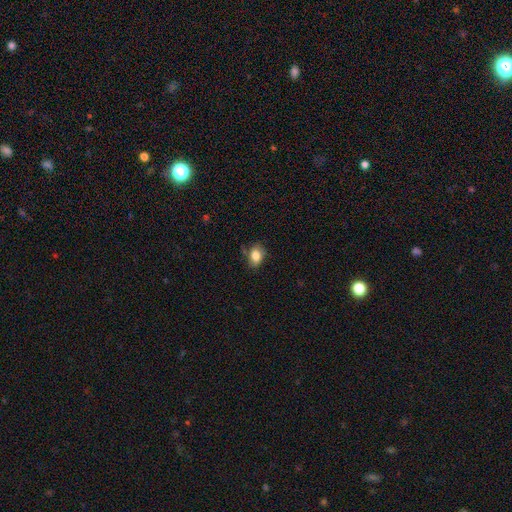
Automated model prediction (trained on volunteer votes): A smooth galaxy with no disk features (84%) that is in between round and cigar-shaped (73%).

Vote fractions:
- Smooth or featured? smooth: 84% / star or artifact: 8% / featured or disk: 8%
- How rounded? in between: 73% / round: 26% / cigar-shaped: 1%
- Merging? none: 72% / minor disturbance: 21% / major disturbance: 5% / merger: 3%